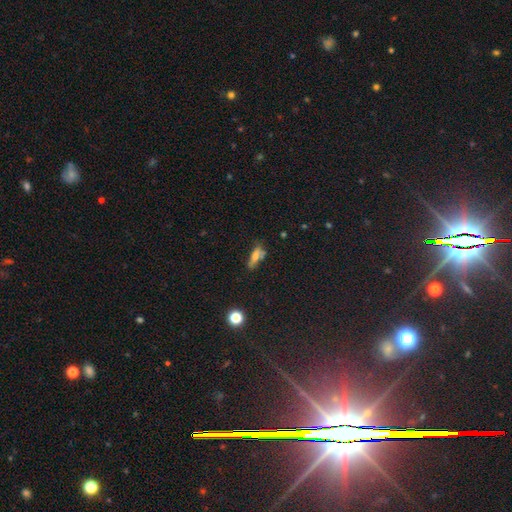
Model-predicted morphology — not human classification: smooth 56%, featured or disk 30%, star or artifact 14%. Down the decision tree: how rounded — in between (49%); merging — none (48%).